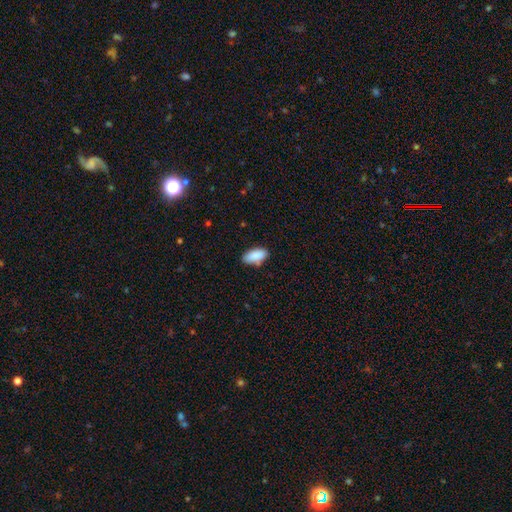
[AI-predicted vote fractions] Smooth or featured: smooth — 89% (star or artifact — 7%)
How rounded: in between — 91% (cigar-shaped — 7%)
Merging: none — 78% (minor disturbance — 16%)